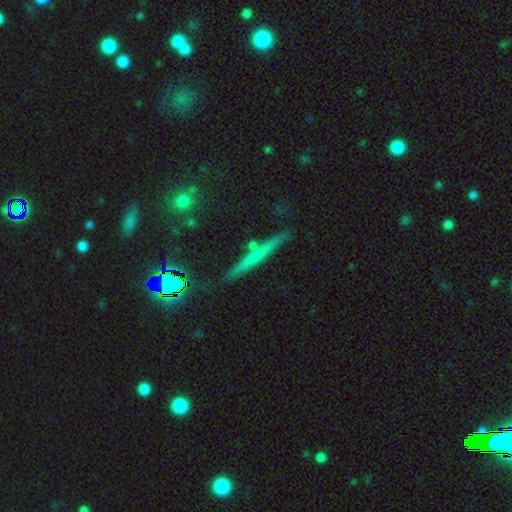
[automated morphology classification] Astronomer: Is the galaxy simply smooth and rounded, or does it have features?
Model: smooth — 45% (runner-up: featured or disk, 41%).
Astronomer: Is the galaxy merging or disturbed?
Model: none — 84%.